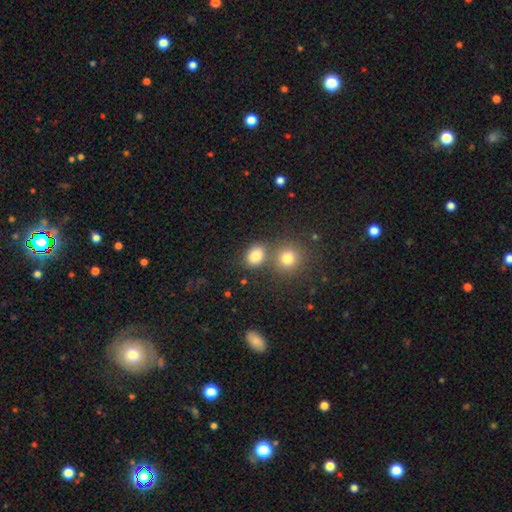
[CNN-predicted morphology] A smooth galaxy with no disk features (81%) that is in between round and cigar-shaped (54%).

Vote fractions:
- Smooth or featured? smooth: 81% / star or artifact: 12% / featured or disk: 6%
- How rounded? in between: 54% / round: 44% / cigar-shaped: 1%
- Merging? none: 63% / merger: 23% / minor disturbance: 11% / major disturbance: 4%